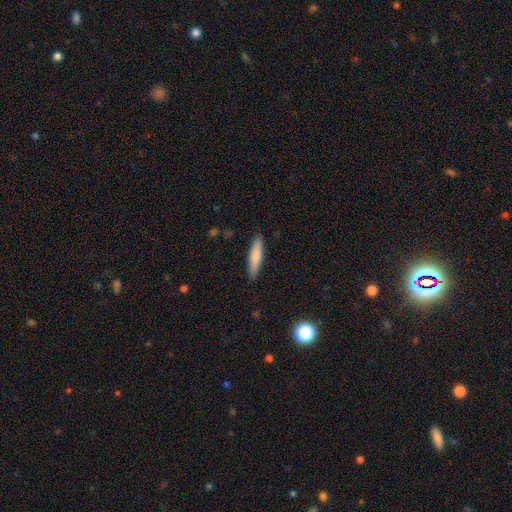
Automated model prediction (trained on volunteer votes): A smooth galaxy with no disk features (79%) that is cigar-shaped (83%).

Vote fractions:
- Smooth or featured? smooth: 79% / featured or disk: 15% / star or artifact: 5%
- How rounded? cigar-shaped: 83% / in between: 16% / round: 1%
- Merging? none: 89% / minor disturbance: 8% / major disturbance: 2% / merger: 1%